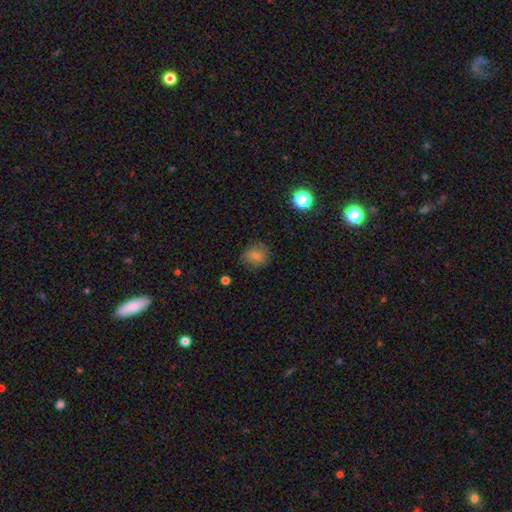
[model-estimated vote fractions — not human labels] Morphology: type=smooth (72%); roundness=round (79%); merging=none (80%).